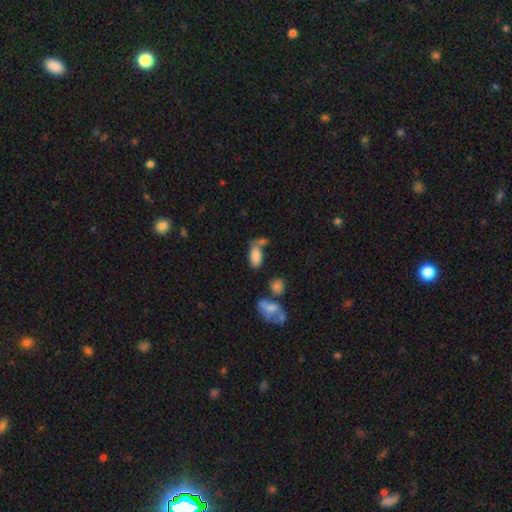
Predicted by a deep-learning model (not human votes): This appears to be a smooth galaxy with no disk features (83%) that is in between round and cigar-shaped (92%). Merging: none (47%).